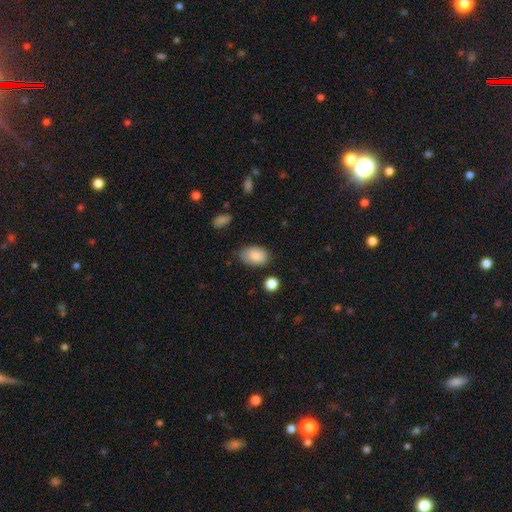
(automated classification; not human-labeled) The model was most divided on "merging": none: 70%, minor disturbance: 23%, major disturbance: 5%, merger: 3%. More confident: how rounded — in between (89%); smooth or featured — smooth (86%).